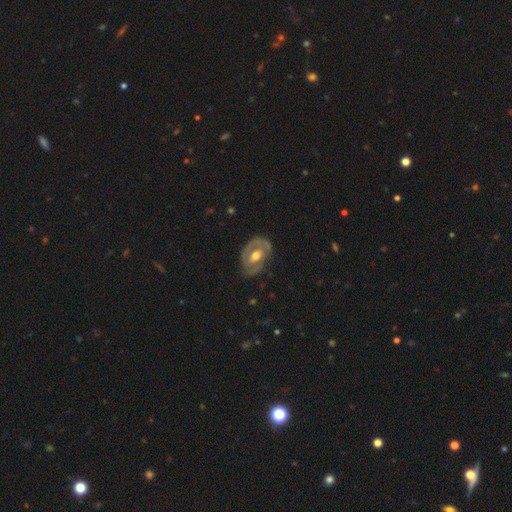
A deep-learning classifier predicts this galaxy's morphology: Smooth or featured? Predicted: featured or disk (p=0.74). Edge-on disk? Predicted: no (p=0.95). Bar? Predicted: no (p=0.52). Spiral arms? Predicted: yes (p=0.62). Bulge size? Predicted: moderate (p=0.75). Merging? Predicted: none (p=0.70).